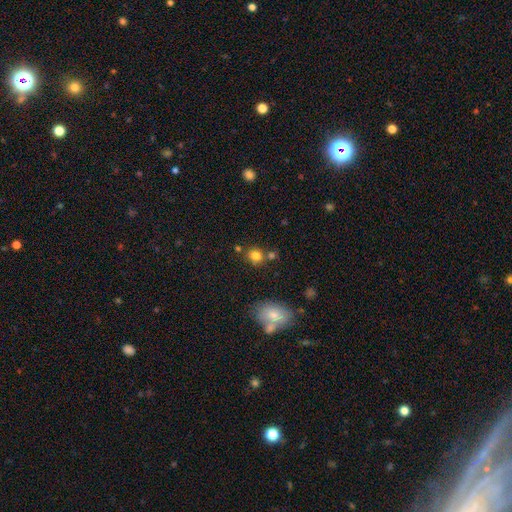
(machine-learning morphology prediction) A smooth galaxy with no disk features (80%) that is round (76%).

Vote fractions:
- Smooth or featured? smooth: 80% / star or artifact: 13% / featured or disk: 8%
- How rounded? round: 76% / in between: 23% / cigar-shaped: 1%
- Merging? none: 67% / merger: 18% / minor disturbance: 12% / major disturbance: 4%